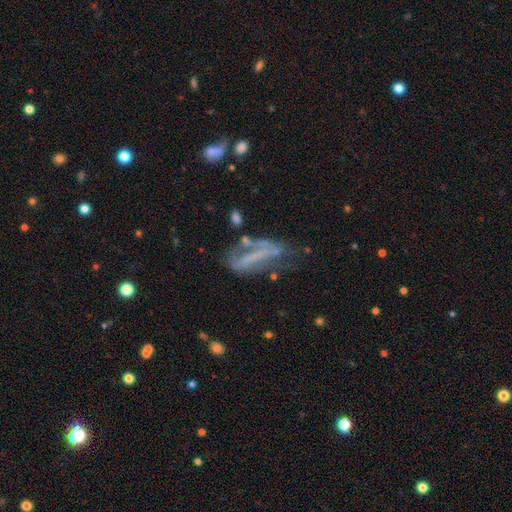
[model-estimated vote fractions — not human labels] Morphology: type=featured or disk (53%); edge-on=no (76%); merging=none (38%).